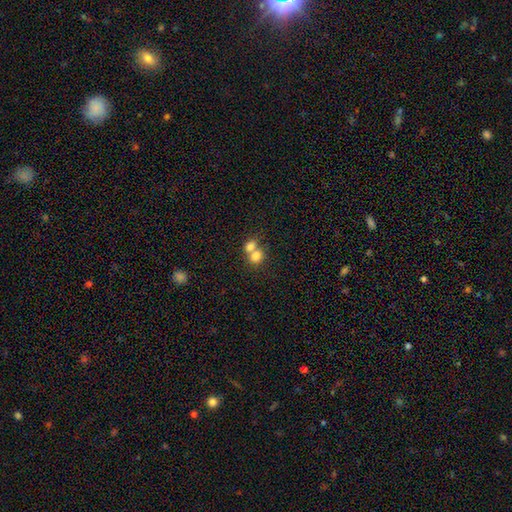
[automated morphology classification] smooth-or-featured: smooth: 77% | featured or disk: 13% | star or artifact: 10%
  how-rounded: round: 60% | in between: 39% | cigar-shaped: 1%
  merging: merger: 64% | none: 28% | minor disturbance: 5% | major disturbance: 3%